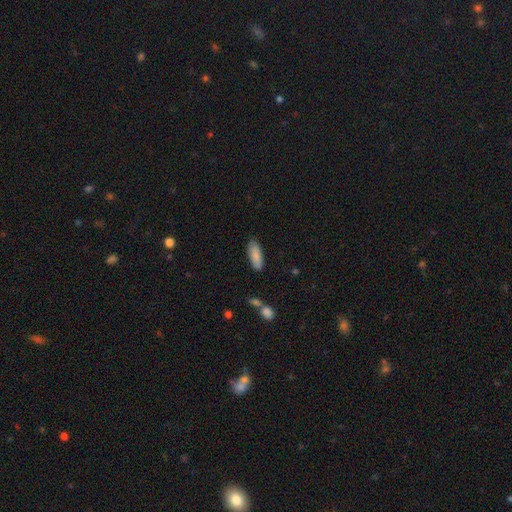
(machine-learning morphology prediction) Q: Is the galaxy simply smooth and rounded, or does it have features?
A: smooth — 85%.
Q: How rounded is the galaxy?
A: in between — 66%.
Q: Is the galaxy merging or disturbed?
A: none — 85%.